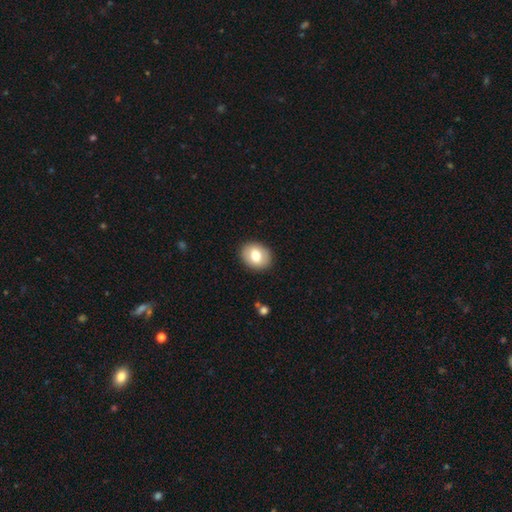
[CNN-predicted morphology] The model was most divided on "how rounded": round: 50%, in between: 49%, cigar-shaped: 1%. More confident: merging — none (89%); smooth or featured — smooth (74%).